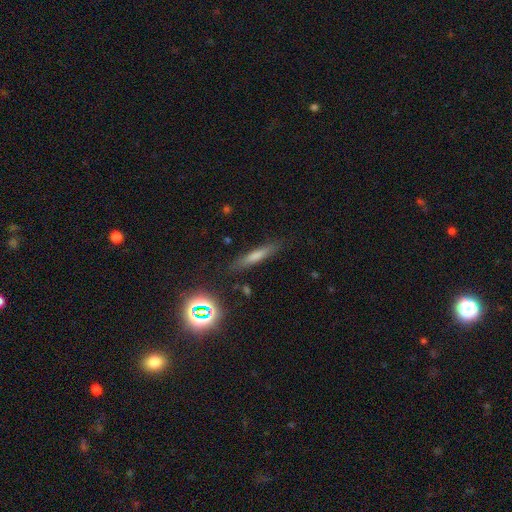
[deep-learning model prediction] smooth-or-featured: smooth: 57% | featured or disk: 26% | star or artifact: 17%
  how-rounded: cigar-shaped: 85% | in between: 11% | round: 4%
  merging: none: 84% | minor disturbance: 11% | major disturbance: 3% | merger: 2%